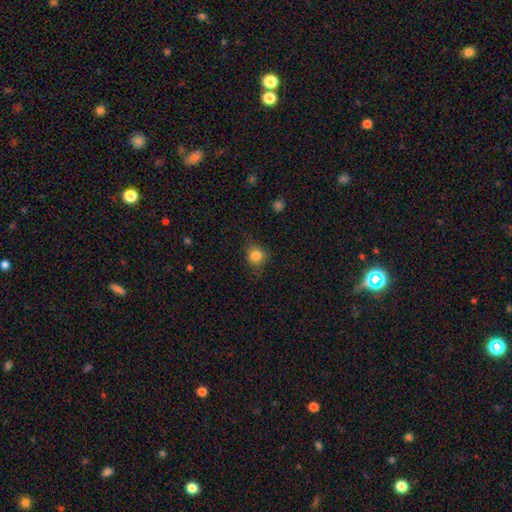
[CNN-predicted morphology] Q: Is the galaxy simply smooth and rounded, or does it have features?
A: smooth — 81%.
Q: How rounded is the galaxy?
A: round — 83%.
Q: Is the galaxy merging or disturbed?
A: none — 75%.